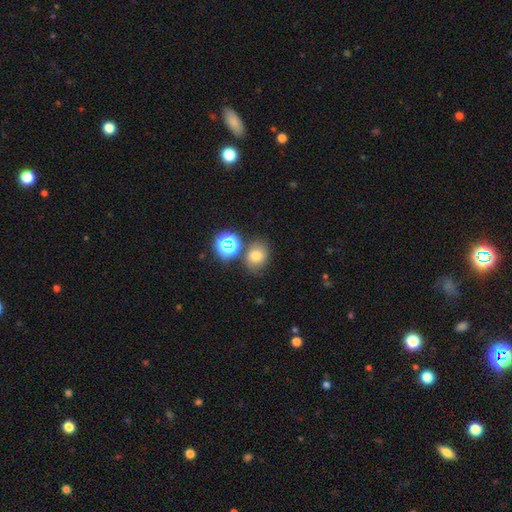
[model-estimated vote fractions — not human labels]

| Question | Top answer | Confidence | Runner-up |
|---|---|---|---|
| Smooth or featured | smooth | 67% | star or artifact (20%) |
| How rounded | round | 55% | in between (44%) |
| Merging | none | 64% | minor disturbance (16%) |